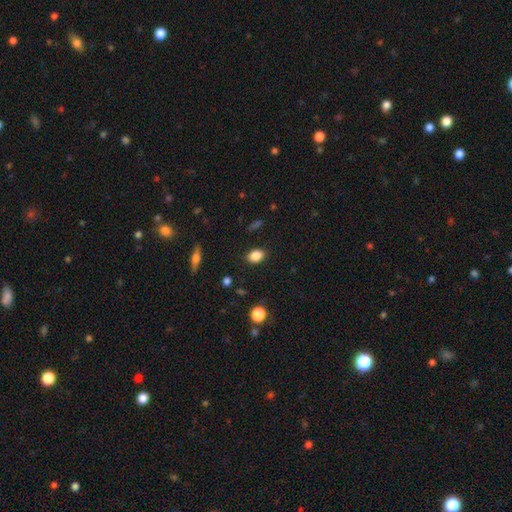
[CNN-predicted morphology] The model was most divided on "how rounded": in between: 75%, round: 23%, cigar-shaped: 2%. More confident: merging — none (86%); smooth or featured — smooth (85%).